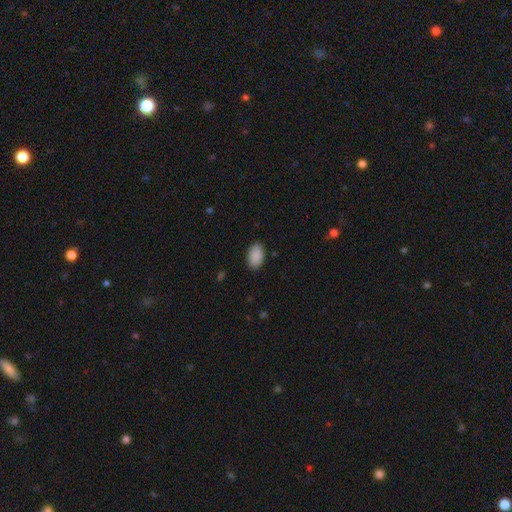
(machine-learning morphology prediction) This appears to be a smooth galaxy with no disk features (90%) that is in between round and cigar-shaped (91%). Merging: none (87%).